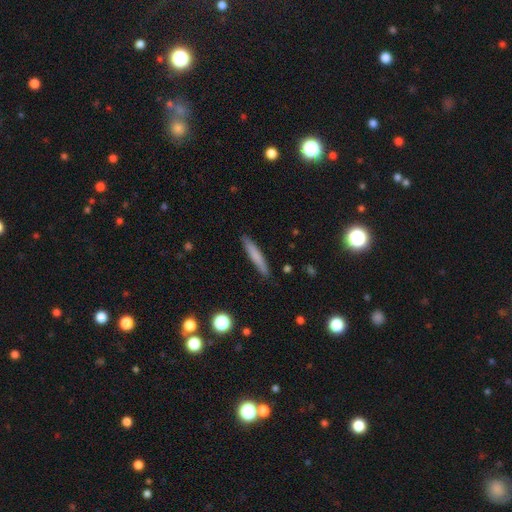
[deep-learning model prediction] Morphology: type=smooth (73%); roundness=cigar-shaped (94%); merging=none (89%).